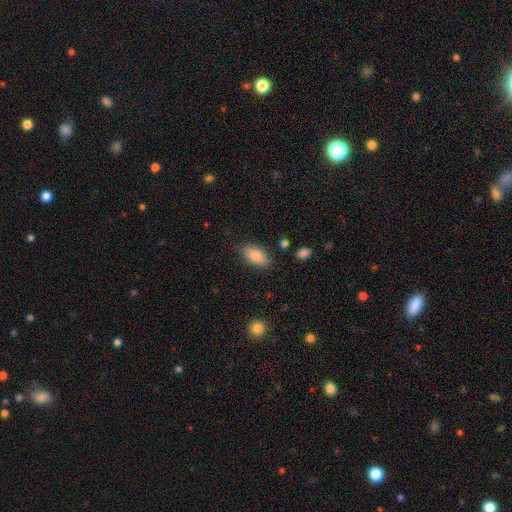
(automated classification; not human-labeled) smooth_or_featured: smooth (p=0.87) [alt: star or artifact p=0.07]
how_rounded: in between (p=0.91) [alt: cigar-shaped p=0.05]
merging: none (p=0.80) [alt: minor disturbance p=0.14]